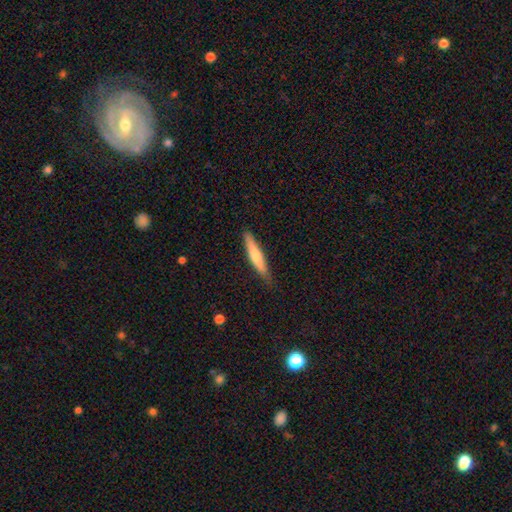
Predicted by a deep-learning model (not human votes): Q: Smooth or featured?
A: smooth (63%); runner-up: featured or disk (32%)
Q: How rounded?
A: cigar-shaped (91%); runner-up: in between (8%)
Q: Merging?
A: none (85%); runner-up: minor disturbance (12%)